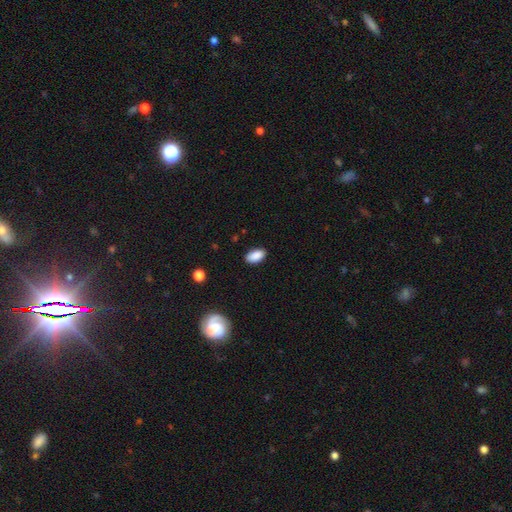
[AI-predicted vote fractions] A smooth galaxy with no disk features (88%) that is in between round and cigar-shaped (93%). Merging: none (86%).